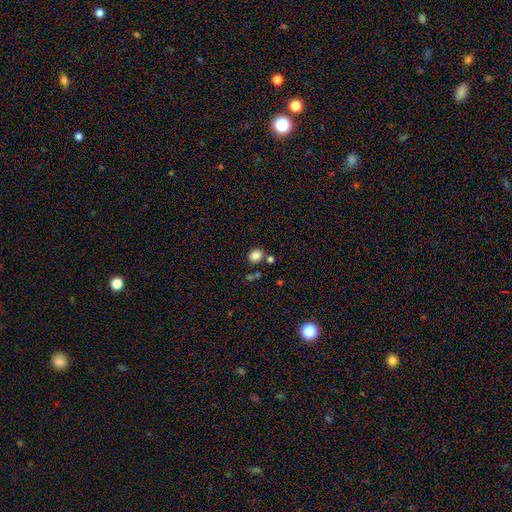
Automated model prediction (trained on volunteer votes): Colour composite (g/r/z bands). It shows a smooth galaxy with no disk features (84%) that is round (61%). Merging: none (76%).